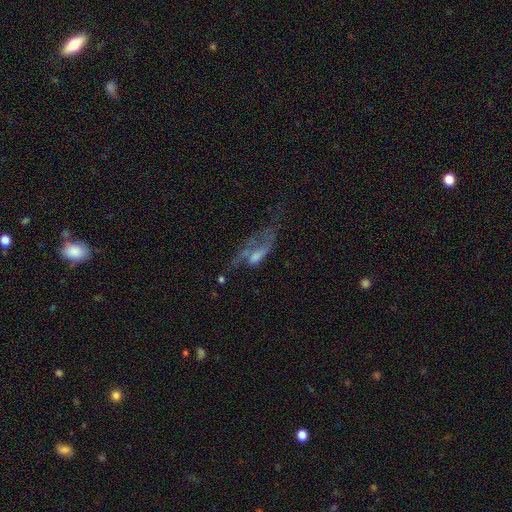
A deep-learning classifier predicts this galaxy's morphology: Smooth or featured?
  - featured or disk: 64% *
  - smooth: 24%
  - star or artifact: 13%
Edge-on disk?
  - no: 85% *
  - yes: 15%
Bar?
  - no: 62% *
  - weak: 30%
  - strong: 8%
Spiral arms?
  - yes: 60% *
  - no: 40%
Bulge size?
  - moderate: 38% *
  - small: 33%
  - none: 19%
  - large: 8%
  - dominant: 2%
Merging?
  - major disturbance: 46% *
  - none: 29%
  - minor disturbance: 18%
  - merger: 8%